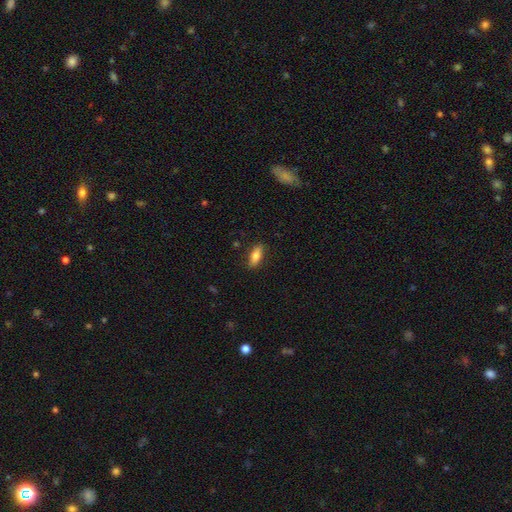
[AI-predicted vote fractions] smooth_or_featured: smooth (p=0.77) [alt: featured or disk p=0.16]
how_rounded: in between (p=0.78) [alt: cigar-shaped p=0.19]
merging: none (p=0.86) [alt: minor disturbance p=0.11]